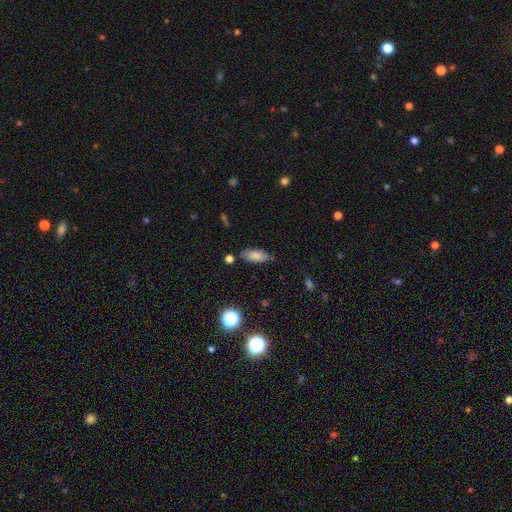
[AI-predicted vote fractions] Q: Smooth or featured?
A: smooth (81%); runner-up: featured or disk (10%)
Q: How rounded?
A: in between (81%); runner-up: cigar-shaped (16%)
Q: Merging?
A: none (76%); runner-up: minor disturbance (17%)